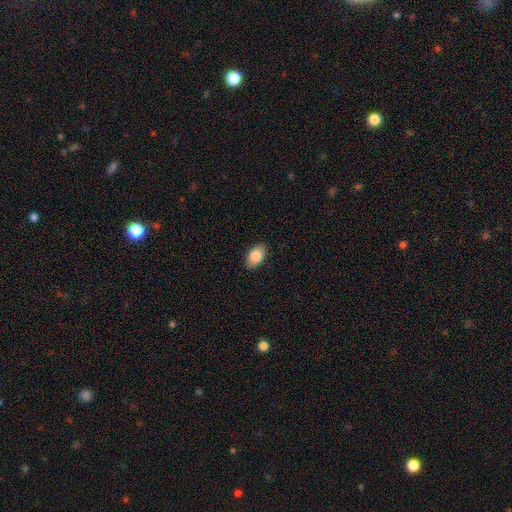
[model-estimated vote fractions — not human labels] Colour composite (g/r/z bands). It shows a smooth galaxy with no disk features (86%) that is in between round and cigar-shaped (92%). Merging: none (87%).